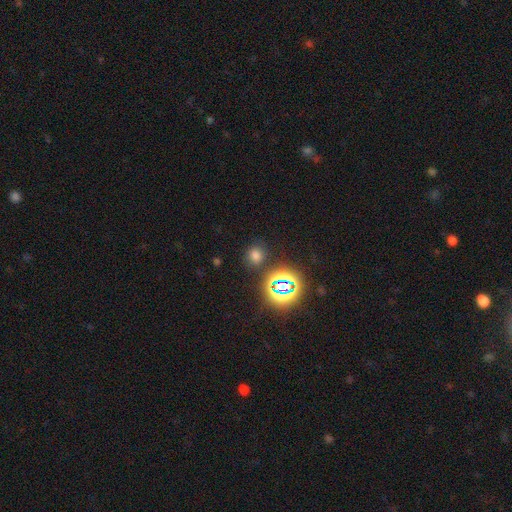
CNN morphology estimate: This appears to be a smooth galaxy with no disk features (64%) that is round (80%). Merging: none (83%).